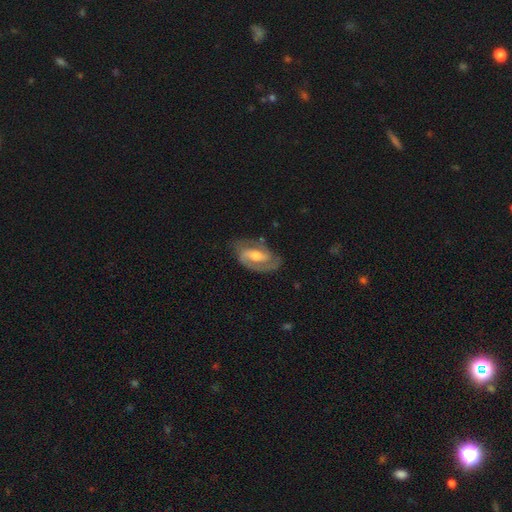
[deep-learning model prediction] This appears to be a featured or disk galaxy (84%) with a weak bar (44%), 2 (78%) medium (48%) spiral arms (94%) and a moderate central bulge (66%). Merging: none (70%).